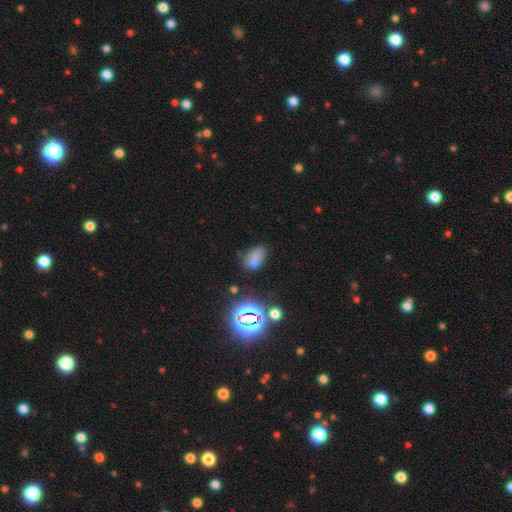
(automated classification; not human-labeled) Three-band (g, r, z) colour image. It shows a smooth galaxy with no disk features (57%) that is in between round and cigar-shaped (84%). Merging: none (65%).